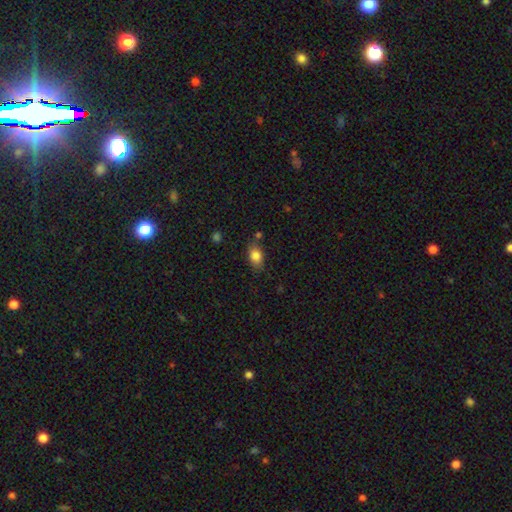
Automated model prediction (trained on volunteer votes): Overall: smooth (83%). How rounded: in between (84%). Merging: none (74%).